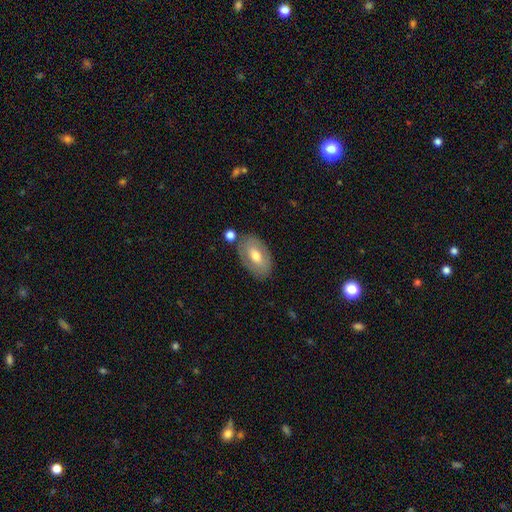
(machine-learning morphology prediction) Overall: smooth (57%; featured or disk 36%). How rounded: in between (91%). Merging: none (75%).